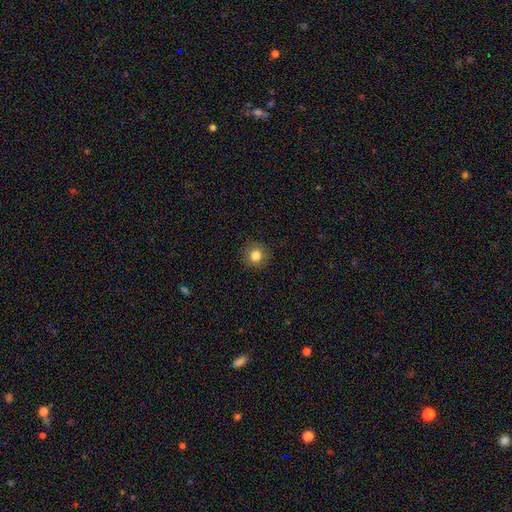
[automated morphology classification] type=smooth (82%); roundness=round (92%); merging=none (90%).